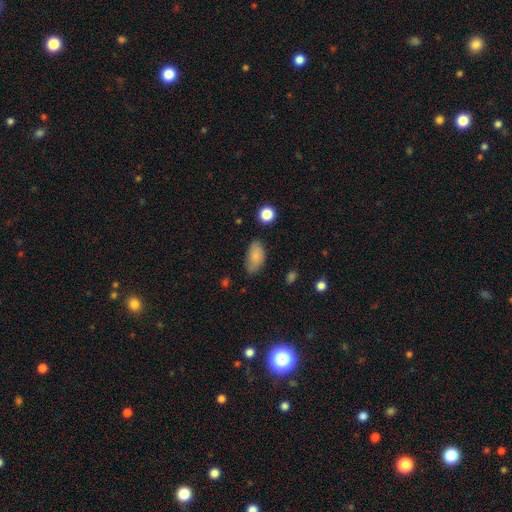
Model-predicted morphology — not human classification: smooth 81%, featured or disk 11%, star or artifact 8%. Down the decision tree: how rounded — in between (93%); merging — none (67%).